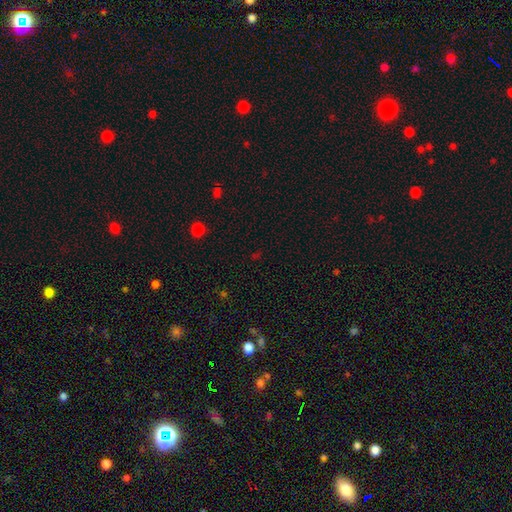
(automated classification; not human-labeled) Morphology: type=star or artifact (63%).